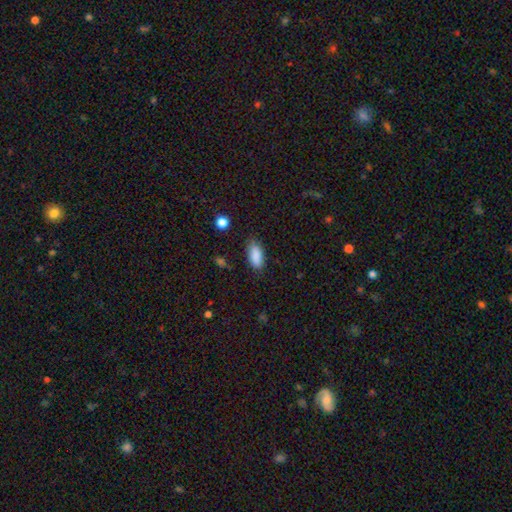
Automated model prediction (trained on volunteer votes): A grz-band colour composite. It shows a smooth galaxy with no disk features (88%) that is in between round and cigar-shaped (87%). Merging: none (78%).